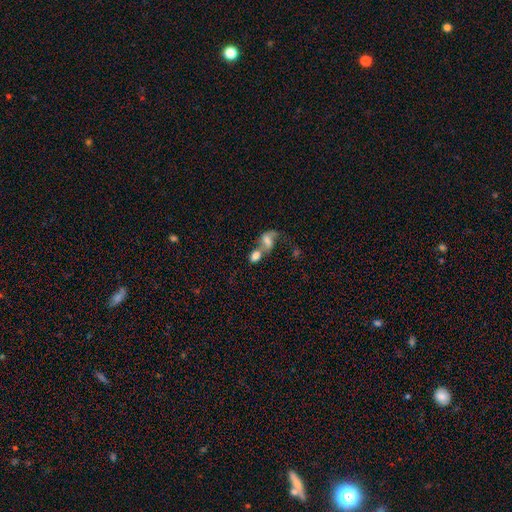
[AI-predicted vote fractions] Morphology: type=smooth (65%); roundness=in between (73%); merging=merger (72%).